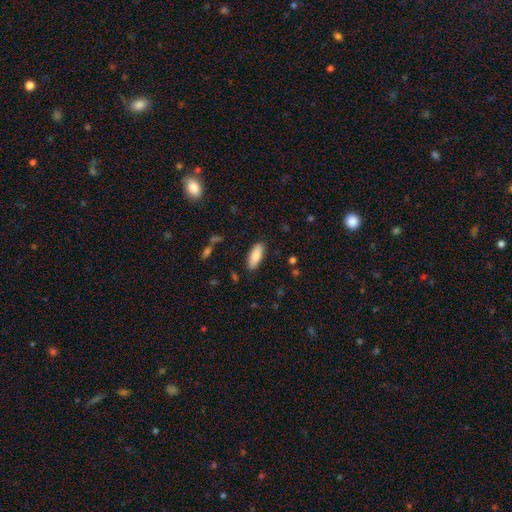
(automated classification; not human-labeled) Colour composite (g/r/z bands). It shows a smooth galaxy with no disk features (82%) that is in between round and cigar-shaped (76%). Merging: none (87%).